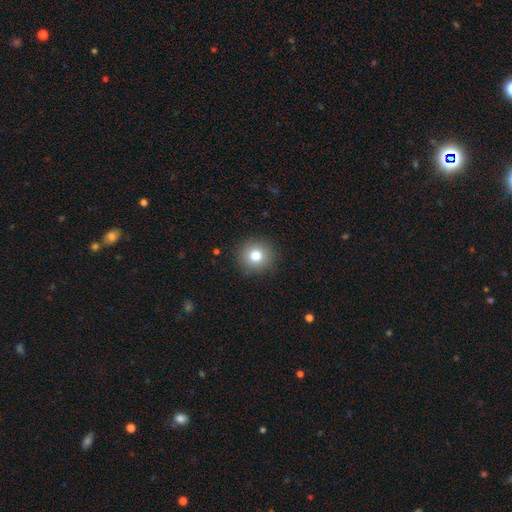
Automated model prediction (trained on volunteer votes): Smooth or featured? Predicted: smooth (p=0.81). How rounded? Predicted: round (p=0.92). Merging? Predicted: none (p=0.90).